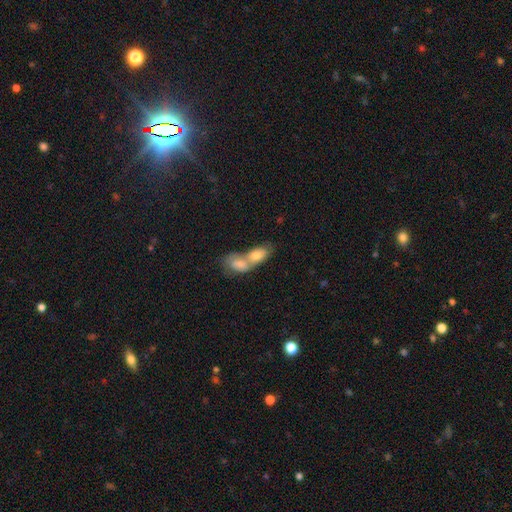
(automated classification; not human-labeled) This appears to be a smooth galaxy with no disk features (73%) that is in between round and cigar-shaped (85%). Merging: merger (76%).